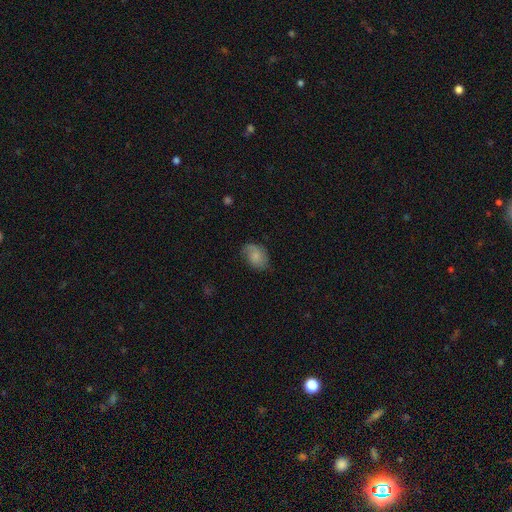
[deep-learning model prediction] Overall: smooth (71%). How rounded: in between (76%). Merging: none (64%; minor disturbance 26%).